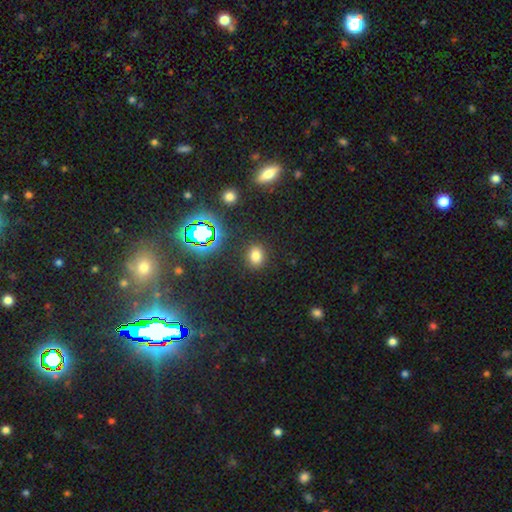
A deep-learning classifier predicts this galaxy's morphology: Smooth or featured? smooth (73%)
How rounded? round (50%)
Merging? none (88%)